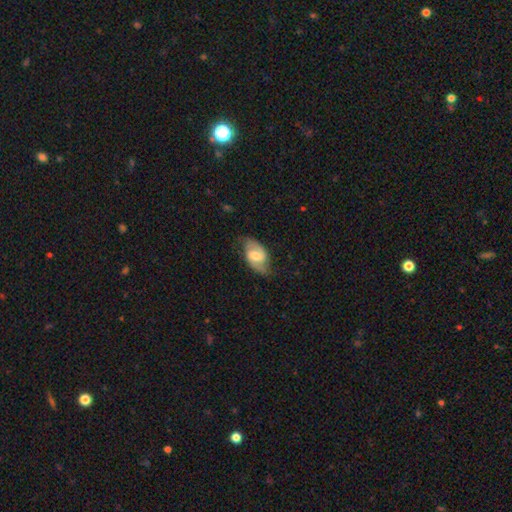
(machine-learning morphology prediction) Overall: featured or disk (76%). Edge-on disk: no (96%). Bar: weak (51%; no 34%). Spiral arms: yes (93%). Spiral arm count: 2 (90%). Spiral winding: medium (49%; loose 28%). Bulge size: moderate (66%). Merging: none (74%).